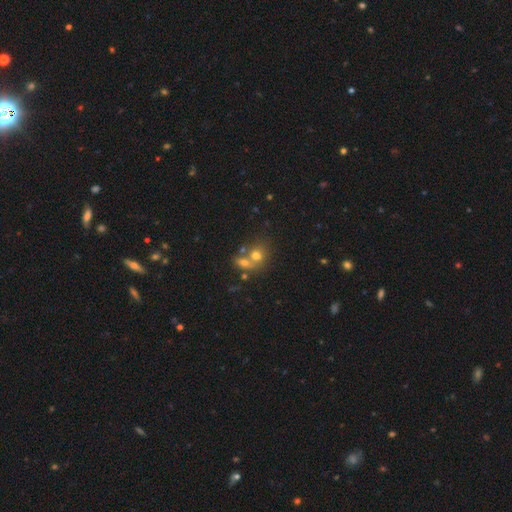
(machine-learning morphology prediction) Smooth or featured?
  - smooth: 67% *
  - featured or disk: 18%
  - star or artifact: 15%
How rounded?
  - round: 64% *
  - in between: 35%
  - cigar-shaped: 1%
Merging?
  - merger: 56% *
  - none: 31%
  - minor disturbance: 8%
  - major disturbance: 4%